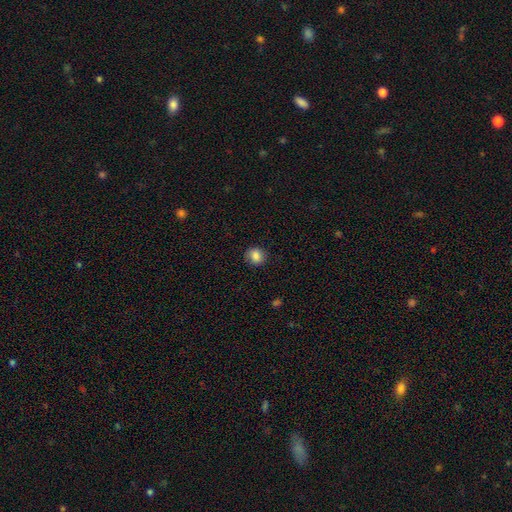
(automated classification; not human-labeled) smooth_or_featured: smooth (p=0.85) [alt: star or artifact p=0.10]
how_rounded: round (p=0.74) [alt: in between p=0.25]
merging: none (p=0.86) [alt: minor disturbance p=0.11]